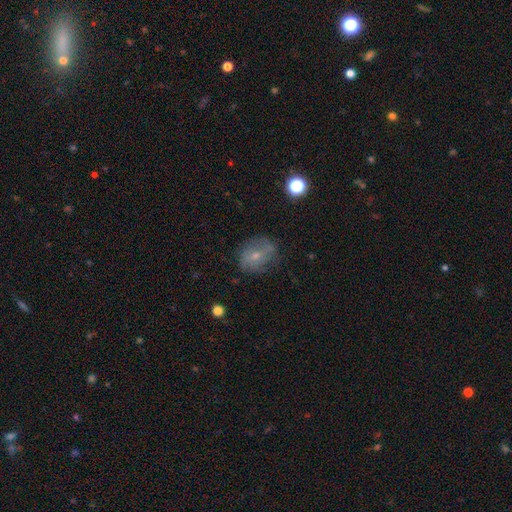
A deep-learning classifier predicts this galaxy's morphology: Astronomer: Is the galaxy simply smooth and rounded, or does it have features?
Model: smooth — 48% (runner-up: featured or disk, 40%).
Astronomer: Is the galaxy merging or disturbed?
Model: none — 68%.